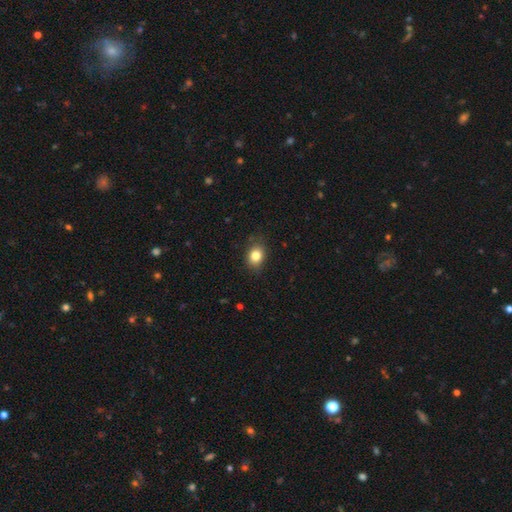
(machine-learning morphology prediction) A smooth galaxy with no disk features (83%) that is in between round and cigar-shaped (59%).

Vote fractions:
- Smooth or featured? smooth: 83% / star or artifact: 10% / featured or disk: 7%
- How rounded? in between: 59% / round: 40% / cigar-shaped: 1%
- Merging? none: 82% / minor disturbance: 14% / major disturbance: 3% / merger: 1%